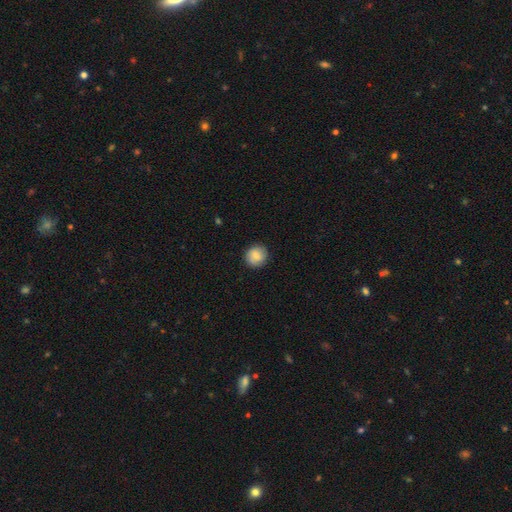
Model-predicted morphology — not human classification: smooth-or-featured: smooth: 79% | featured or disk: 13% | star or artifact: 8%
  how-rounded: round: 89% | in between: 10% | cigar-shaped: 1%
  merging: none: 88% | minor disturbance: 9% | major disturbance: 2% | merger: 1%